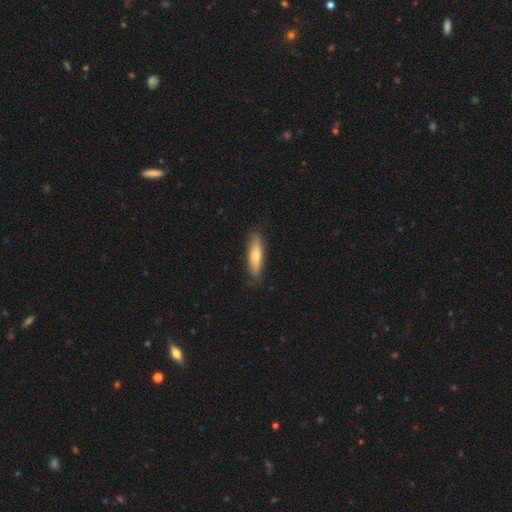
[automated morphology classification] Smooth or featured: smooth — 66% (featured or disk — 28%)
How rounded: cigar-shaped — 70% (in between — 28%)
Merging: none — 87% (minor disturbance — 11%)